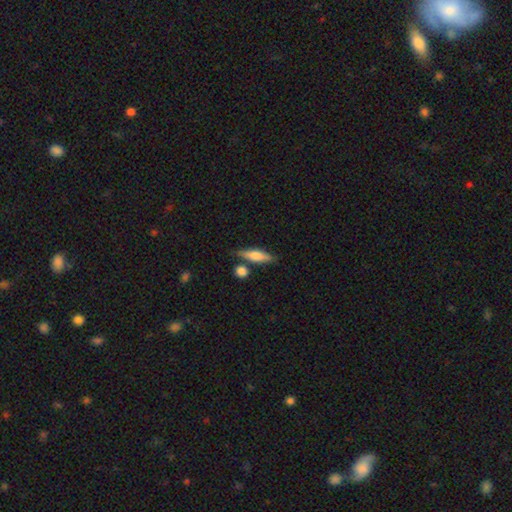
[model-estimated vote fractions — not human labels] Smooth or featured: smooth — 65% (featured or disk — 29%)
How rounded: cigar-shaped — 60% (in between — 36%)
Merging: none — 71% (minor disturbance — 14%)